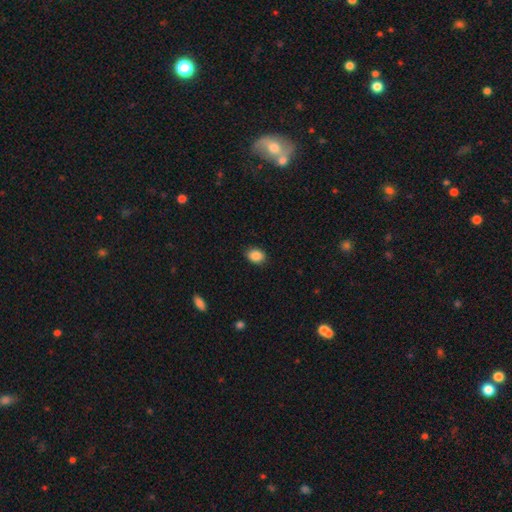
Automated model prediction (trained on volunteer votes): A smooth galaxy with no disk features (88%) that is in between round and cigar-shaped (65%). Merging: none (88%).